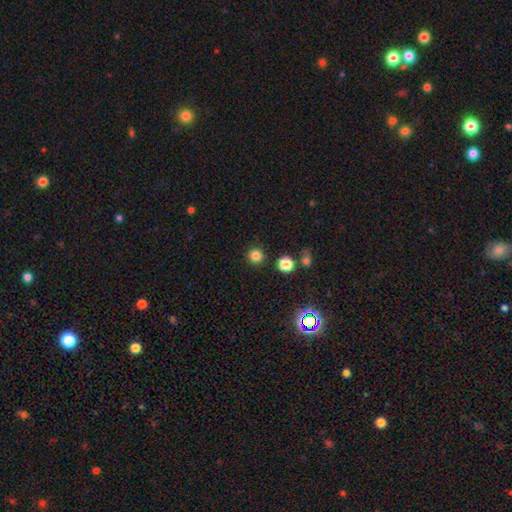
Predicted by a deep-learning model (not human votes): Morphology: type=smooth (81%); roundness=round (94%); merging=none (90%).